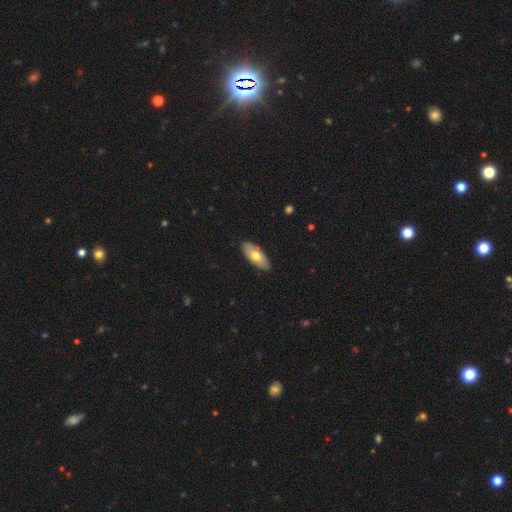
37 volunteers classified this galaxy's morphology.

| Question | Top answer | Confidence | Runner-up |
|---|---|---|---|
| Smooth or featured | smooth | 62% | featured or disk (35%) |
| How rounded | in between | 100% | — |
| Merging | none | 86% | minor disturbance (11%) |